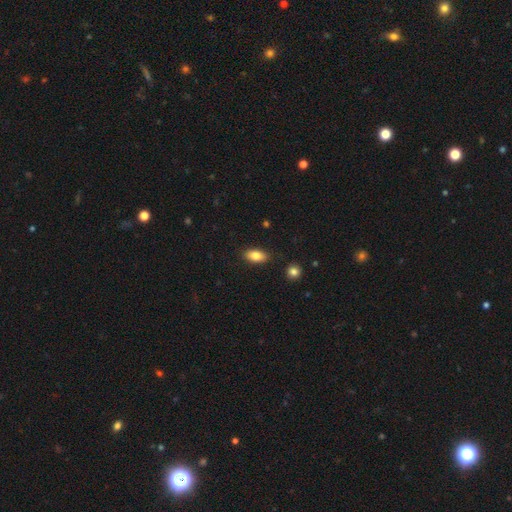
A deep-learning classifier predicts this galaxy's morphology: smooth_or_featured: smooth (p=0.84) [alt: featured or disk p=0.08]
how_rounded: in between (p=0.91) [alt: cigar-shaped p=0.05]
merging: none (p=0.86) [alt: minor disturbance p=0.10]